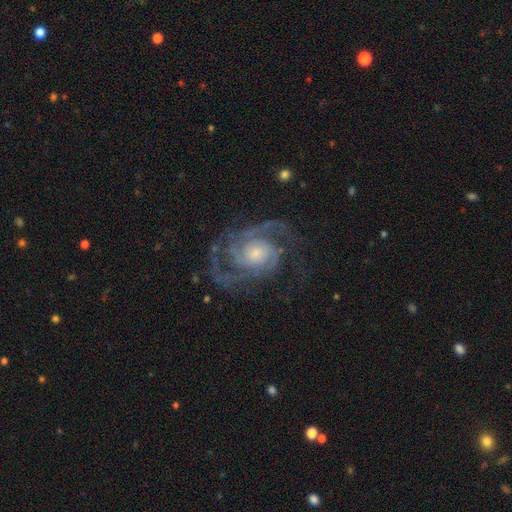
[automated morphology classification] The model was most divided on "spiral winding": medium: 46%, tight: 45%, loose: 9%. Remaining: spiral arms — yes (98%); edge-on disk — no (98%); smooth or featured — featured or disk (91%); merging — none (71%); bar — no (69%); spiral arm count — 2 (55%); bulge size — small (46%).